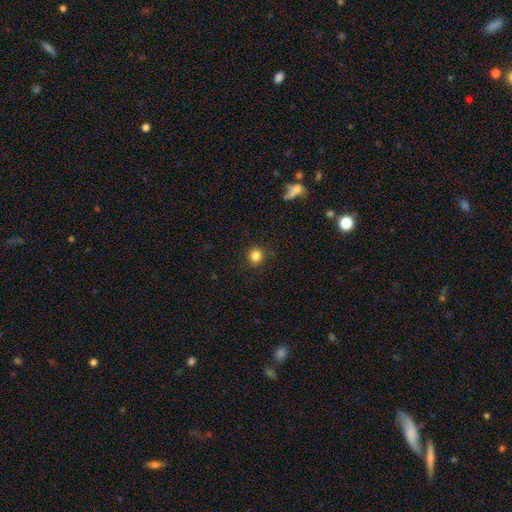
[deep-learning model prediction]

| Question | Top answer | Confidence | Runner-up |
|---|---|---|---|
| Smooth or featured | smooth | 84% | star or artifact (12%) |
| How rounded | round | 93% | in between (6%) |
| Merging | none | 90% | minor disturbance (7%) |